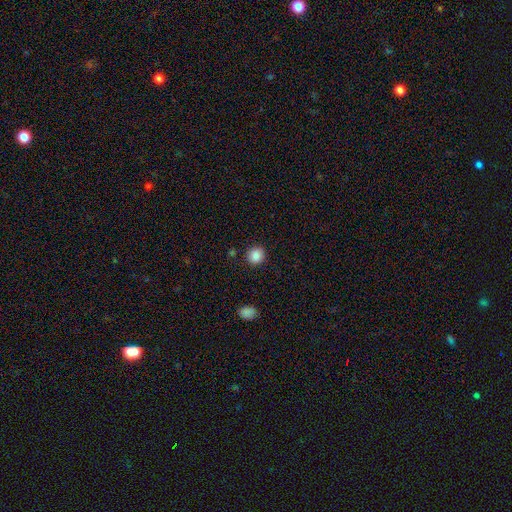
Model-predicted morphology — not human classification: Smooth or featured?
  - smooth: 87% *
  - star or artifact: 9%
  - featured or disk: 4%
How rounded?
  - round: 89% *
  - in between: 10%
  - cigar-shaped: 1%
Merging?
  - none: 89% *
  - minor disturbance: 7%
  - major disturbance: 2%
  - merger: 2%